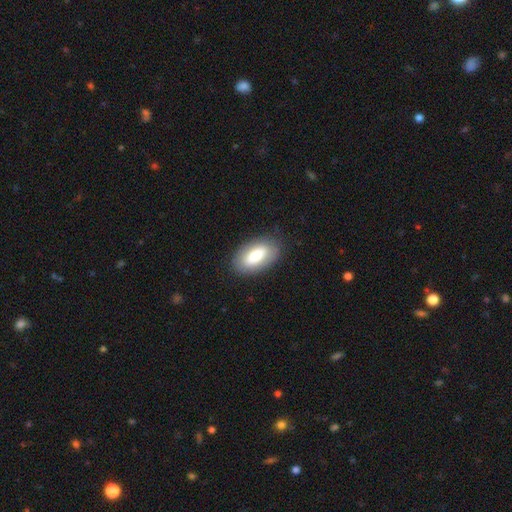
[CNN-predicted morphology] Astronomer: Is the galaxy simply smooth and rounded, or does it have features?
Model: smooth — 69%.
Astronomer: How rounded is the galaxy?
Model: in between — 93%.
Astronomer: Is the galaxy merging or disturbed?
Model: none — 86%.